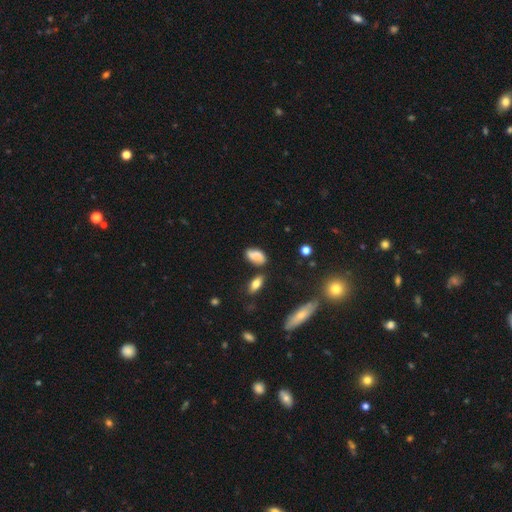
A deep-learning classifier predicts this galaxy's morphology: smooth_or_featured: smooth (p=0.73) [alt: featured or disk p=0.17]
how_rounded: in between (p=0.91) [alt: round p=0.06]
merging: none (p=0.63) [alt: minor disturbance p=0.23]